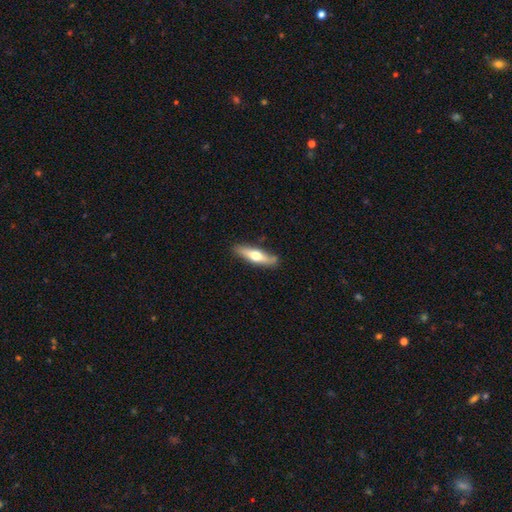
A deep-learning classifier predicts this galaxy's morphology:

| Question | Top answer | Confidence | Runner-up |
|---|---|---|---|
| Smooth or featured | smooth | 49% | featured or disk (46%) |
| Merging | none | 84% | minor disturbance (12%) |